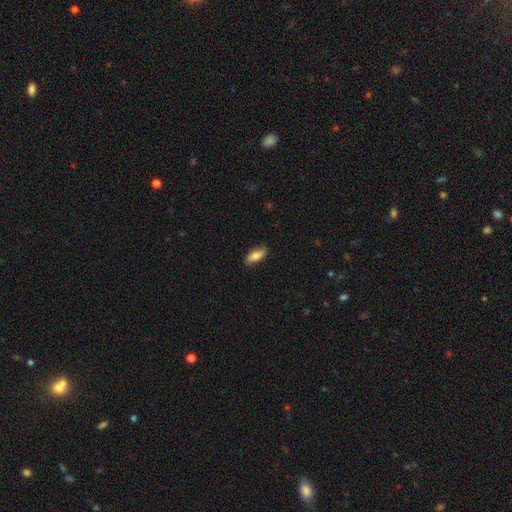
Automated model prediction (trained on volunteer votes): The model was most divided on "how rounded": in between: 77%, cigar-shaped: 20%, round: 2%. More confident: merging — none (84%); smooth or featured — smooth (79%).